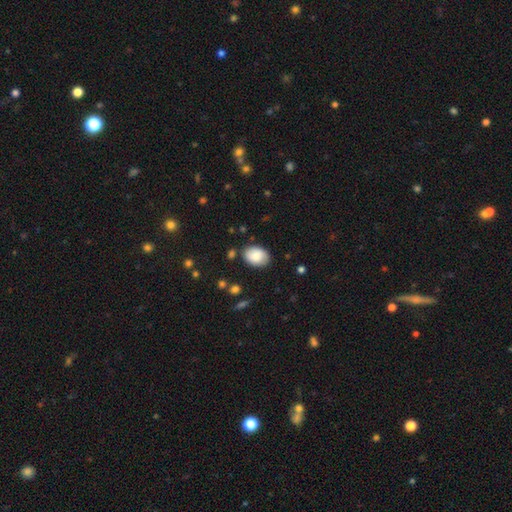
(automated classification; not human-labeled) Smooth or featured? Predicted: smooth (p=0.84). How rounded? Predicted: in between (p=0.80). Merging? Predicted: none (p=0.81).